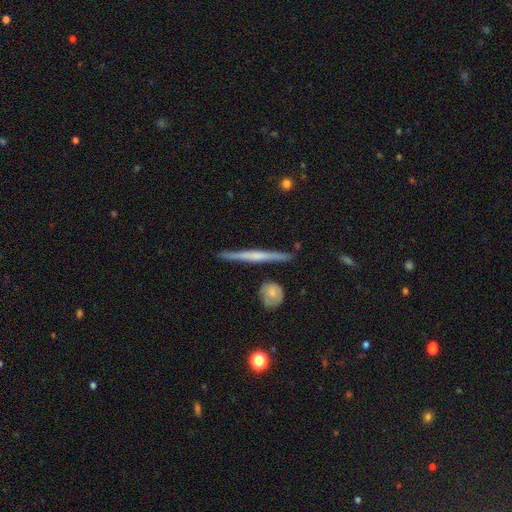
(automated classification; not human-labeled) Morphology: type=featured or disk (66%); edge-on=yes (97%); edge-on bulge=none (53%); merging=none (88%).